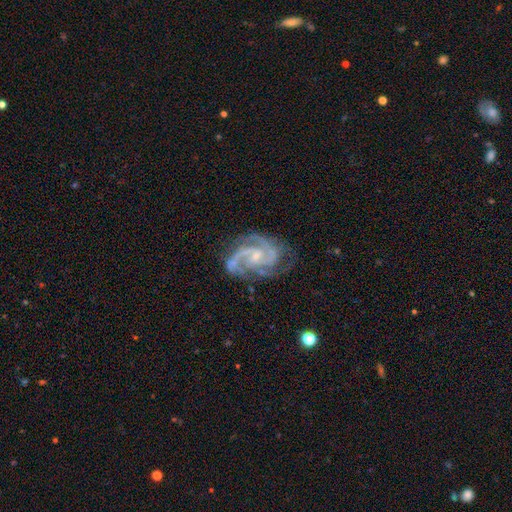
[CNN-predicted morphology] type=featured or disk (92%); edge-on=no (98%); bar=no (57%); spiral arms=yes (98%); winding=medium (49%); arm count=3 (41%); bulge=small (74%); merging=none (65%).